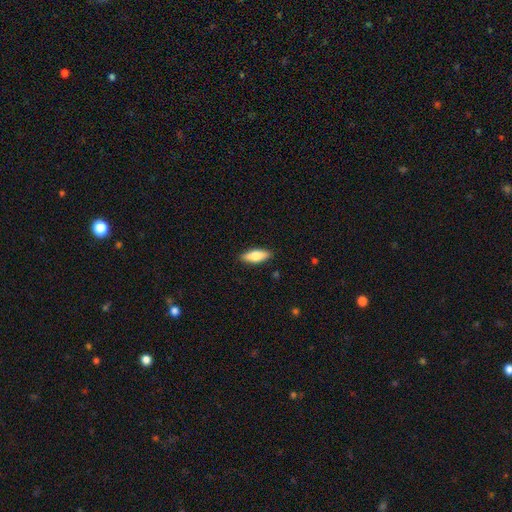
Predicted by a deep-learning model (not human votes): smooth-or-featured: smooth: 76% | featured or disk: 18% | star or artifact: 6%
  how-rounded: in between: 69% | cigar-shaped: 29% | round: 2%
  merging: none: 89% | minor disturbance: 8% | major disturbance: 2% | merger: 1%